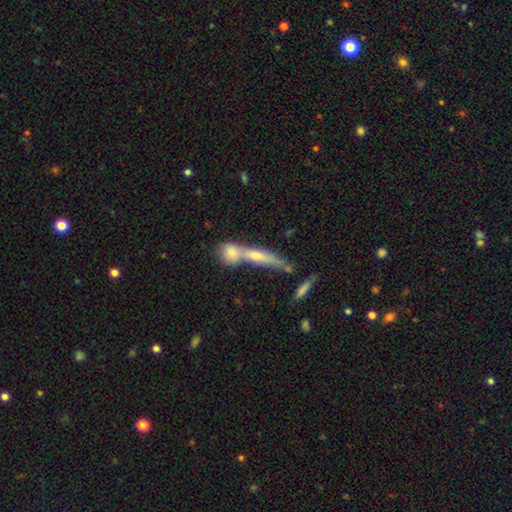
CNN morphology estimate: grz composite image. It shows a featured or disk galaxy (50%) viewed edge-on (75%). Merging: merger (48%).